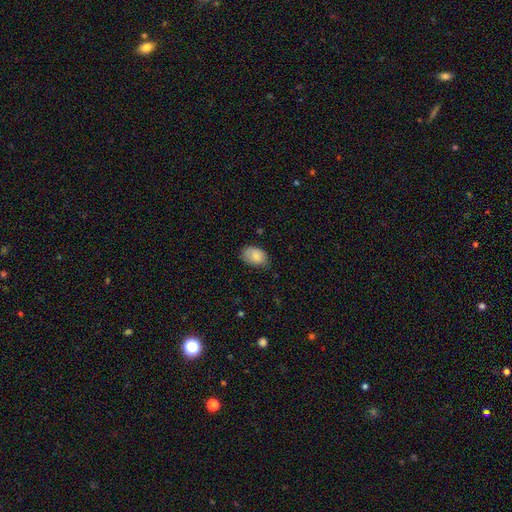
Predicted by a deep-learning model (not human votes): Q: Smooth or featured?
A: smooth (81%); runner-up: featured or disk (12%)
Q: How rounded?
A: in between (87%); runner-up: round (12%)
Q: Merging?
A: none (59%); runner-up: minor disturbance (33%)